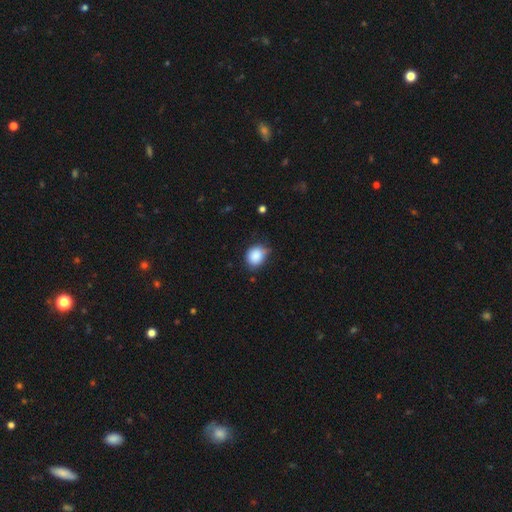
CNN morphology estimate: smooth_or_featured: smooth (p=0.87) [alt: star or artifact p=0.08]
how_rounded: round (p=0.58) [alt: in between p=0.41]
merging: none (p=0.62) [alt: minor disturbance p=0.30]